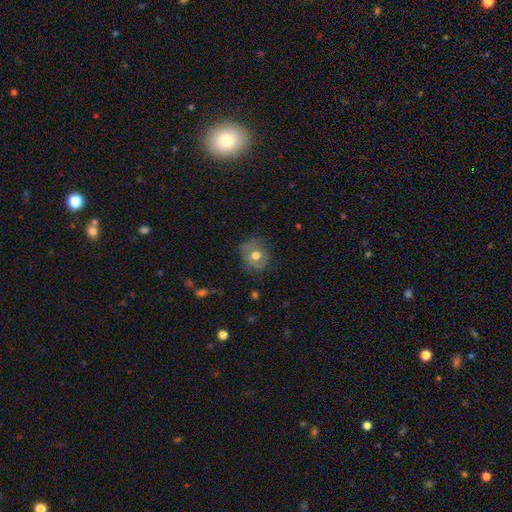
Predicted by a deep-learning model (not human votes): Smooth or featured? smooth (56%)
How rounded? round (75%)
Merging? none (66%)